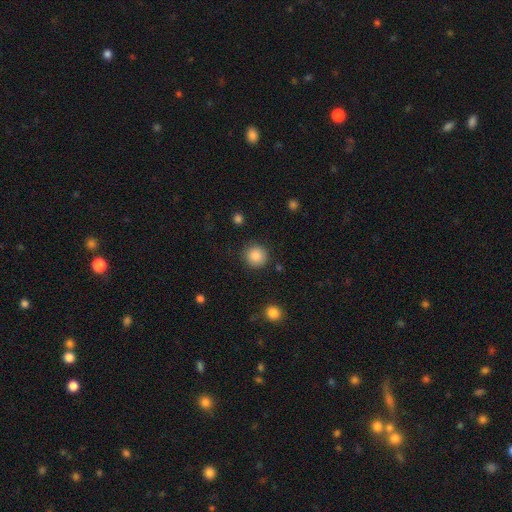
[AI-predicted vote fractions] smooth-or-featured: smooth: 87% | star or artifact: 9% | featured or disk: 4%
  how-rounded: round: 94% | in between: 5% | cigar-shaped: 1%
  merging: none: 89% | minor disturbance: 7% | major disturbance: 3% | merger: 1%